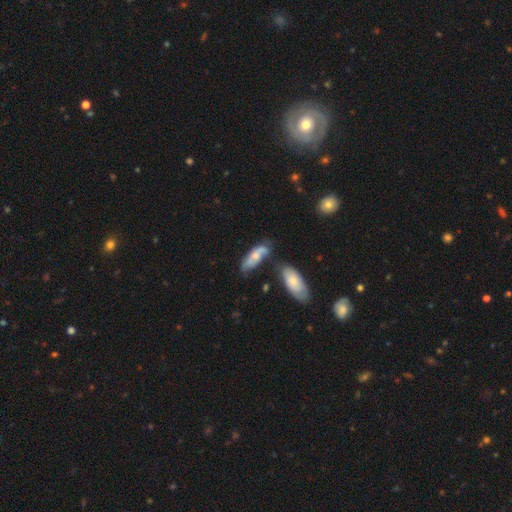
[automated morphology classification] type=smooth (53%); roundness=in between (70%); merging=none (41%).